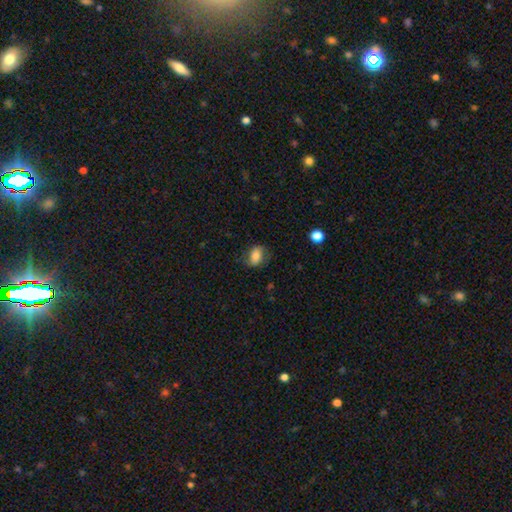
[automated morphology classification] type=smooth (74%); roundness=in between (74%); merging=none (68%).